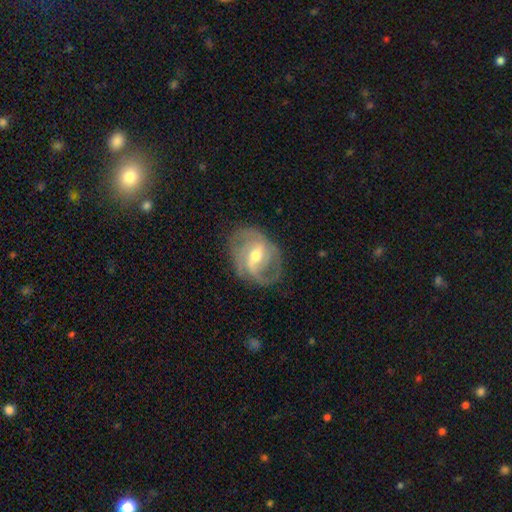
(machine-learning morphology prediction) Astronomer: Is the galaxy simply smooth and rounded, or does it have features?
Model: featured or disk — 83%.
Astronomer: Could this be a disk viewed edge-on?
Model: no — 97%.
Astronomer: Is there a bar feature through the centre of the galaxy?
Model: weak — 51% (runner-up: strong, 27%).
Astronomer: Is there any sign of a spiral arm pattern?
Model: yes — 93%.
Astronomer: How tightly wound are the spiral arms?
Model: medium — 45% (runner-up: tight, 36%).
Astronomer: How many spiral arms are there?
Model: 2 — 43% (runner-up: 3, 24%).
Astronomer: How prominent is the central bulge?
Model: moderate — 67%.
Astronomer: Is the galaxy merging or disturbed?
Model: none — 69%.